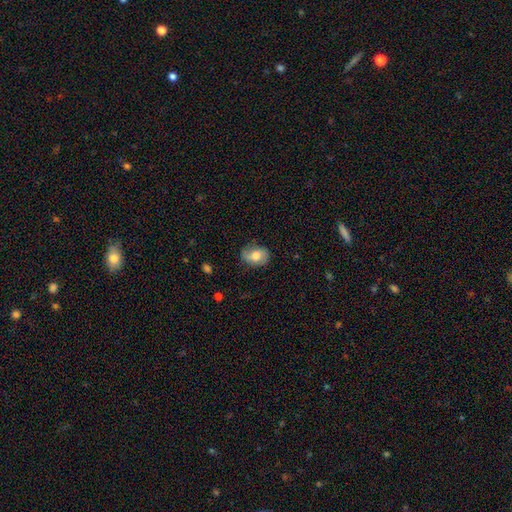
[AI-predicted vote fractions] Smooth or featured? Predicted: smooth (p=0.62). How rounded? Predicted: in between (p=0.67). Merging? Predicted: none (p=0.66).